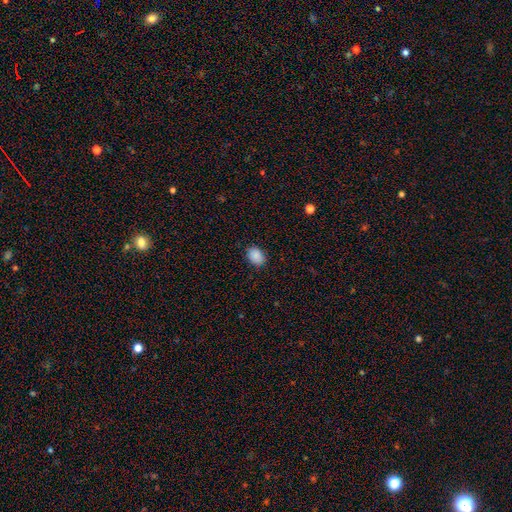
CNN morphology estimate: Smooth or featured? smooth (89%)
How rounded? in between (72%)
Merging? none (84%)